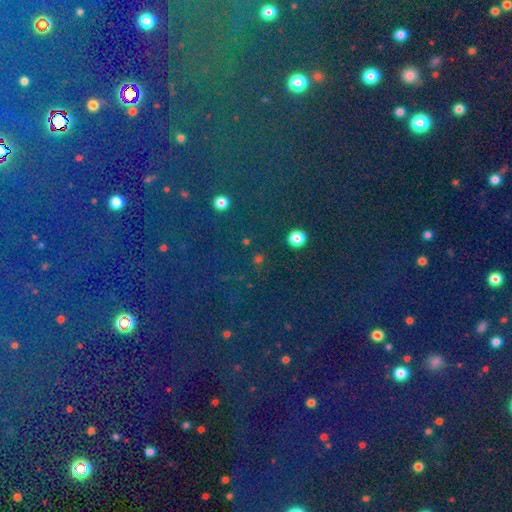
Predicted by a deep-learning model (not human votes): Overall: star or artifact (78%).